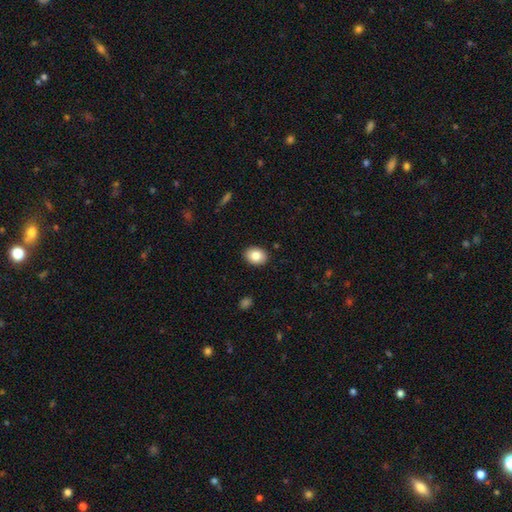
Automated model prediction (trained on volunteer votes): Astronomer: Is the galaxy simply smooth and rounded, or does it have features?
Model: smooth — 84%.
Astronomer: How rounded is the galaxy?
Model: in between — 63%.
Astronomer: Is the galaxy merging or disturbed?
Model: none — 90%.